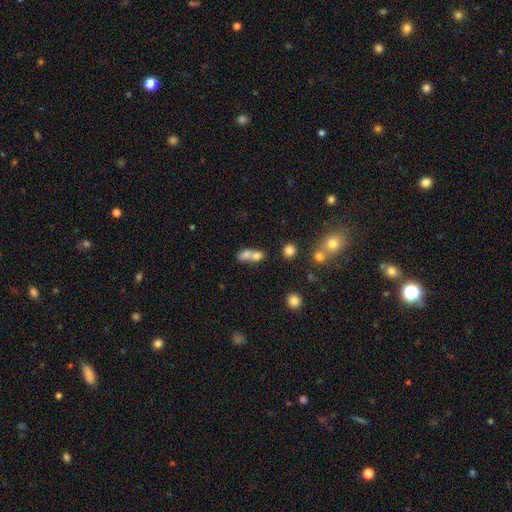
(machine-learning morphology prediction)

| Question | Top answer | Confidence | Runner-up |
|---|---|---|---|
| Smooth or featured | smooth | 73% | featured or disk (16%) |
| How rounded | in between | 56% | round (38%) |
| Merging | merger | 67% | none (22%) |